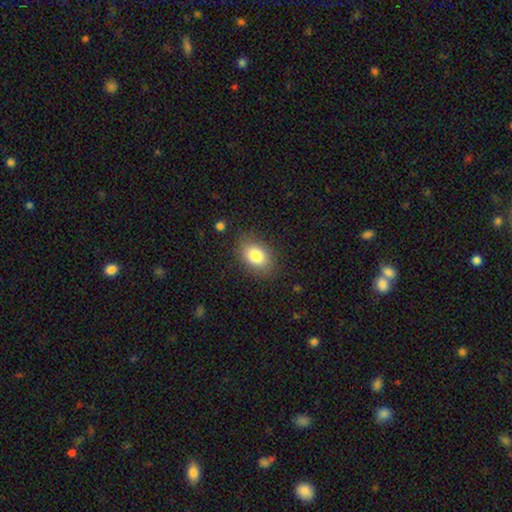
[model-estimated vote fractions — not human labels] This is clearly a smooth galaxy (82%). How rounded: clearly in between (82%). Merging: clearly none (83%).